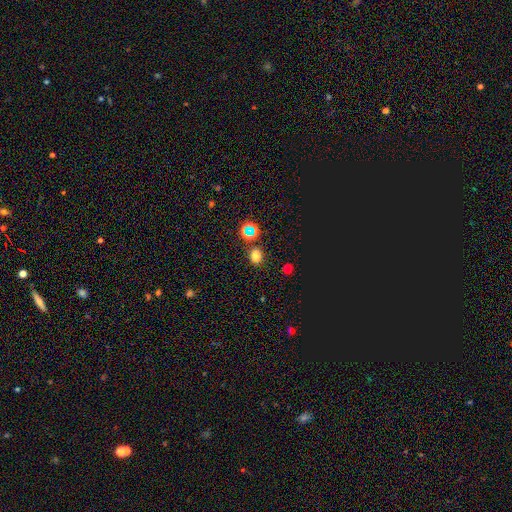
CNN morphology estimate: Smooth or featured?
  - smooth: 71% *
  - star or artifact: 23%
  - featured or disk: 5%
How rounded?
  - round: 55% *
  - in between: 43%
  - cigar-shaped: 1%
Merging?
  - none: 82% *
  - minor disturbance: 9%
  - merger: 6%
  - major disturbance: 3%